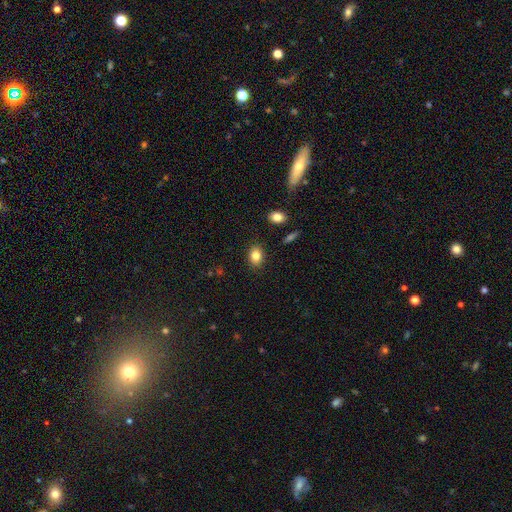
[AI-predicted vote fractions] Smooth or featured?
  - smooth: 83% *
  - star or artifact: 9%
  - featured or disk: 7%
How rounded?
  - in between: 69% *
  - round: 30%
  - cigar-shaped: 1%
Merging?
  - none: 87% *
  - minor disturbance: 9%
  - major disturbance: 2%
  - merger: 2%